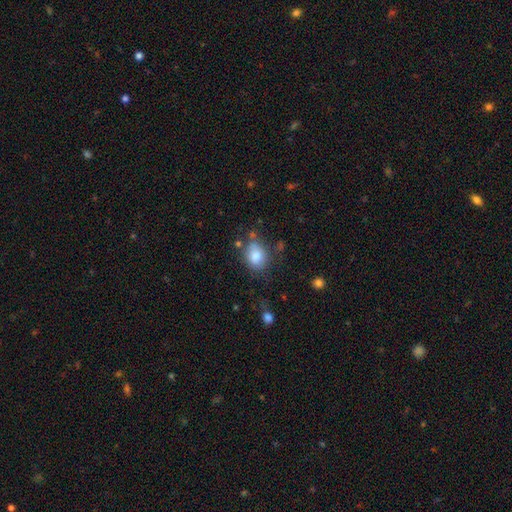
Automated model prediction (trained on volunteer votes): Smooth or featured: smooth — 82% (featured or disk — 10%)
How rounded: in between — 56% (round — 43%)
Merging: none — 64% (minor disturbance — 22%)